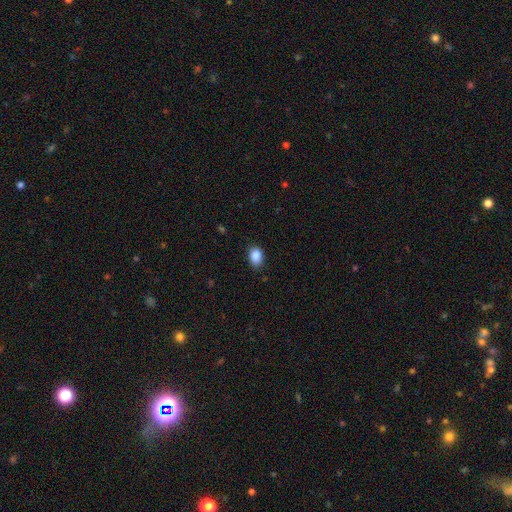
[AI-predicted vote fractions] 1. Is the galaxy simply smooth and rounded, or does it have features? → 89% smooth, 8% star or artifact, 3% featured or disk.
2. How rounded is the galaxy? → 81% in between, 18% round, 1% cigar-shaped.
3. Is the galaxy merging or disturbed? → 84% none, 13% minor disturbance, 2% major disturbance, 1% merger.